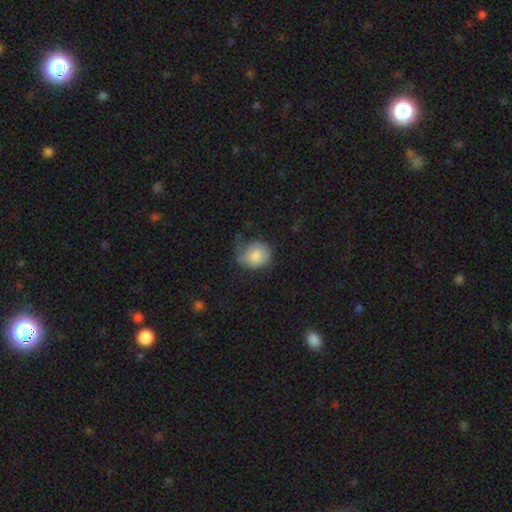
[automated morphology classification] Smooth or featured? Predicted: smooth (p=0.74). How rounded? Predicted: round (p=0.72). Merging? Predicted: none (p=0.42).